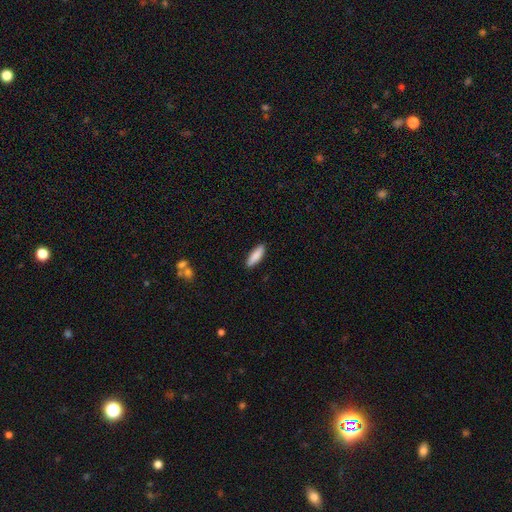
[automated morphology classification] The model was most divided on "how rounded": cigar-shaped: 52%, in between: 46%, round: 2%. More confident: merging — none (89%); smooth or featured — smooth (87%).